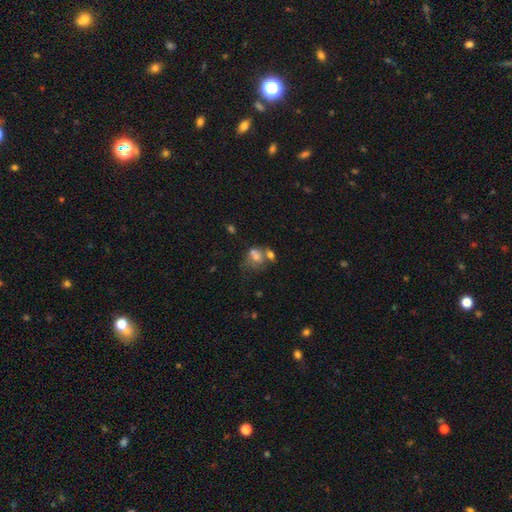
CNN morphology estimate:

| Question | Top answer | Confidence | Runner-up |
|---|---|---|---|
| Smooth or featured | smooth | 59% | featured or disk (26%) |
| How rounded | round | 53% | in between (46%) |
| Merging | merger | 50% | none (25%) |